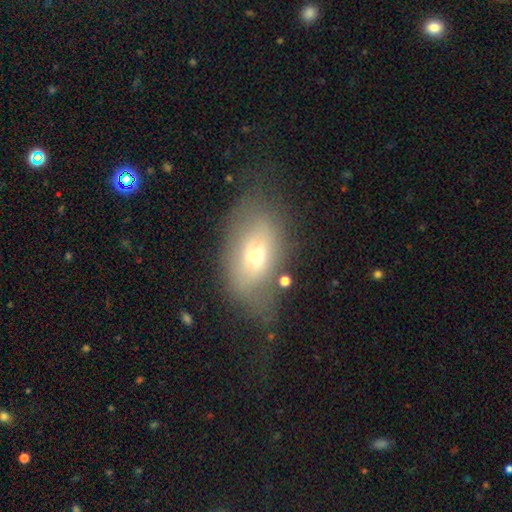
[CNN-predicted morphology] A smooth galaxy with no disk features (50%). Merging: none (45%).